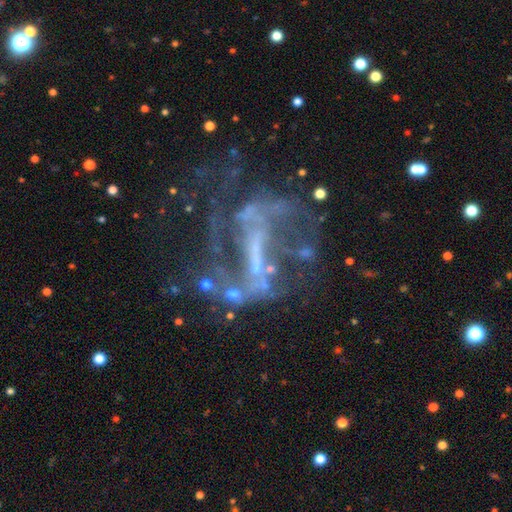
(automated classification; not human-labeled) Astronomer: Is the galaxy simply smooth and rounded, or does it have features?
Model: featured or disk — 78%.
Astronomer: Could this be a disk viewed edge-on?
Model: no — 96%.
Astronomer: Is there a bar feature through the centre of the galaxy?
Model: strong — 46% (runner-up: weak, 30%).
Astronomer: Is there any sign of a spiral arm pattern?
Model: yes — 66%.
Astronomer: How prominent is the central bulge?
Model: none — 48% (runner-up: small, 34%).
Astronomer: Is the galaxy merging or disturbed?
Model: none — 38% (runner-up: major disturbance, 35%).